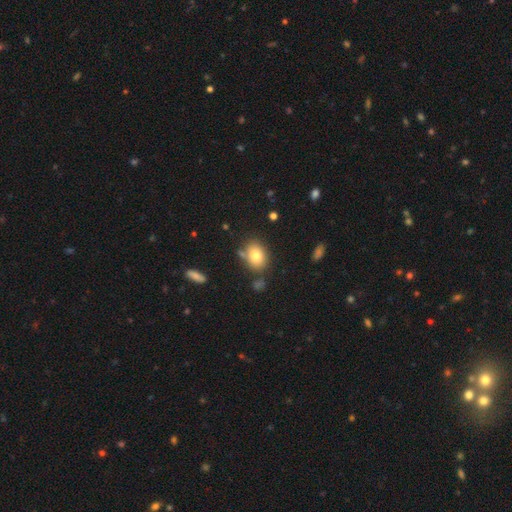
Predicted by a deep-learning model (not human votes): The model was most divided on "how rounded": in between: 65%, round: 34%, cigar-shaped: 1%. More confident: smooth or featured — smooth (78%); merging — none (73%).